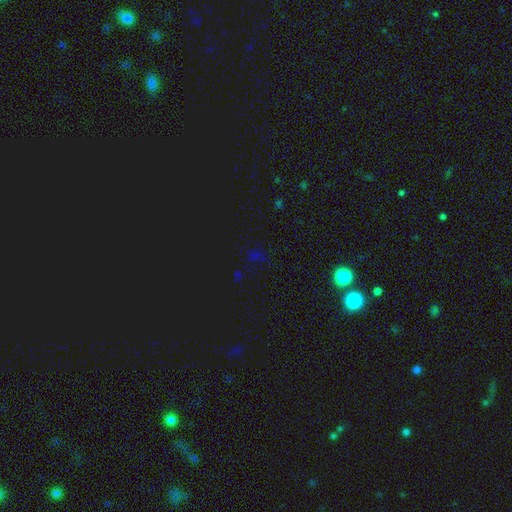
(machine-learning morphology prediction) Q: Smooth or featured?
A: star or artifact (71%); runner-up: smooth (22%)